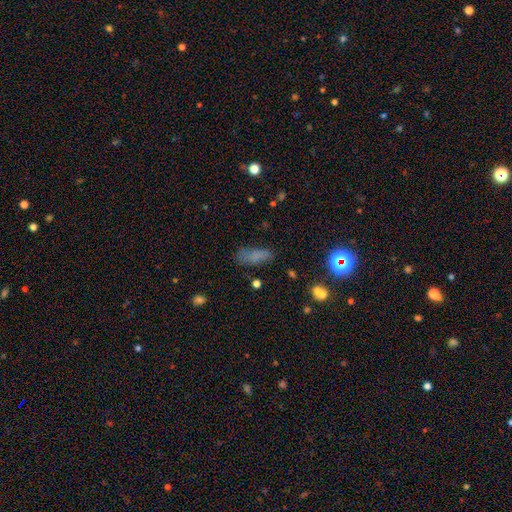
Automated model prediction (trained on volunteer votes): A smooth galaxy with no disk features (66%) that is in between round and cigar-shaped (71%).

Vote fractions:
- Smooth or featured? smooth: 66% / star or artifact: 20% / featured or disk: 14%
- How rounded? in between: 71% / cigar-shaped: 24% / round: 5%
- Merging? none: 58% / minor disturbance: 25% / major disturbance: 13% / merger: 4%